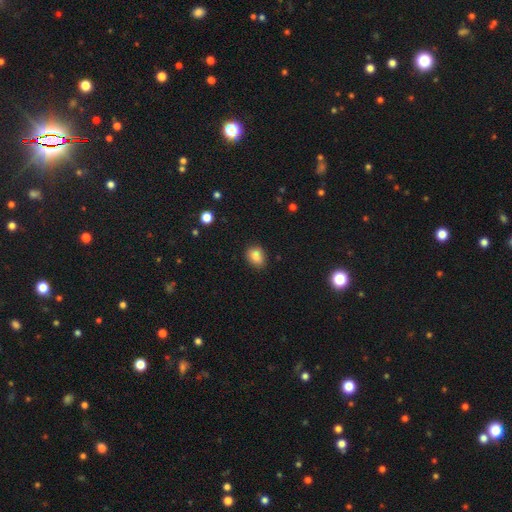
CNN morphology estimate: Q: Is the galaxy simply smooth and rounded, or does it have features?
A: smooth — 84%.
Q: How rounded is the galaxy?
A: in between — 56%.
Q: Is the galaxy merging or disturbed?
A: none — 83%.